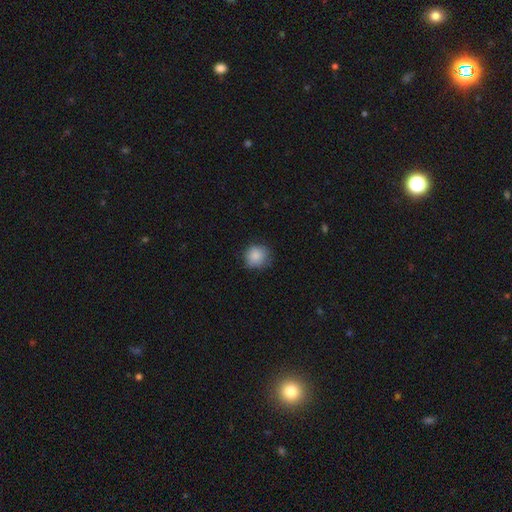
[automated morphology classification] smooth_or_featured: smooth (p=0.87) [alt: star or artifact p=0.09]
how_rounded: round (p=0.88) [alt: in between p=0.11]
merging: none (p=0.77) [alt: minor disturbance p=0.19]